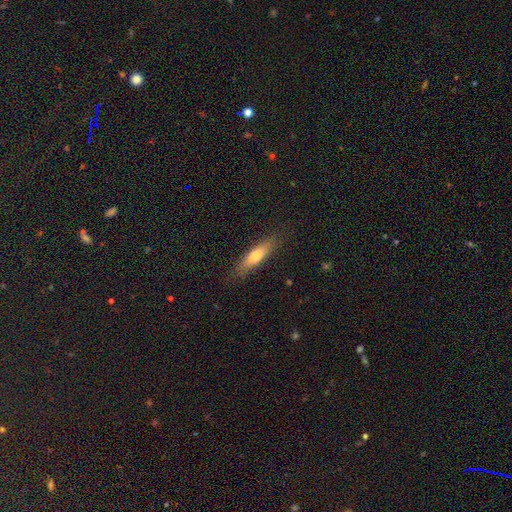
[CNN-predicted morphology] This is likely a smooth galaxy (68%). How rounded: likely cigar-shaped (65%). Merging: clearly none (83%).